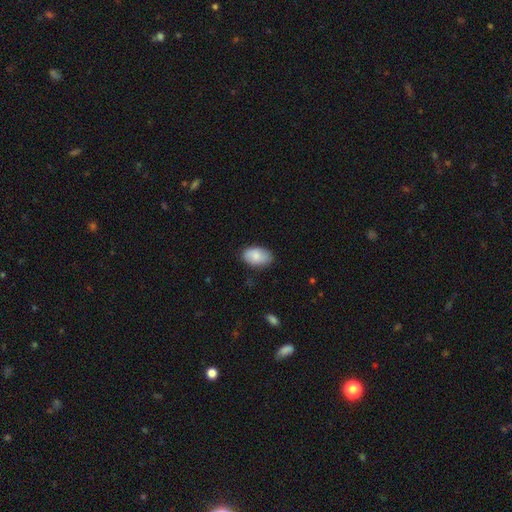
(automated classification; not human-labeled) smooth 84%, featured or disk 10%, star or artifact 6%. Down the decision tree: how rounded — in between (92%); merging — none (79%).